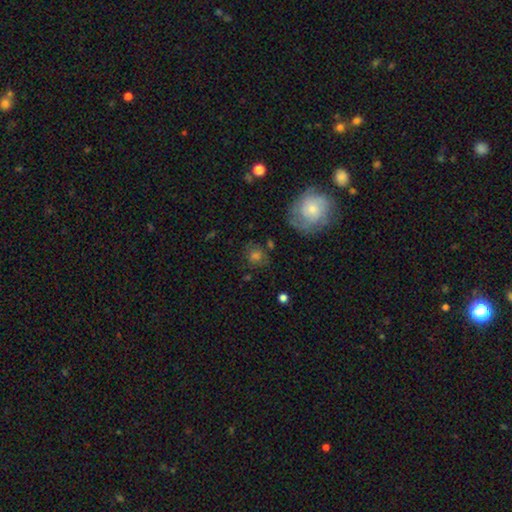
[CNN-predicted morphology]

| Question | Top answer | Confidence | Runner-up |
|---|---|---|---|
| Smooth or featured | smooth | 61% | featured or disk (23%) |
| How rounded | round | 83% | in between (16%) |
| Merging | none | 76% | minor disturbance (14%) |